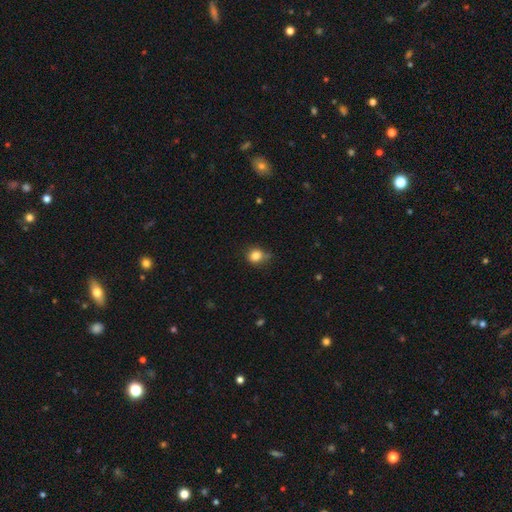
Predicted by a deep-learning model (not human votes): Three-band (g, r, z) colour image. It shows a smooth galaxy with no disk features (83%) that is round (74%). Merging: none (60%).